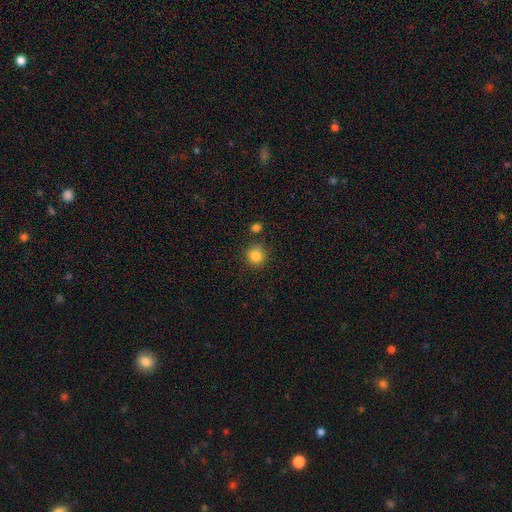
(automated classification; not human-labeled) A smooth galaxy with no disk features (84%) that is round (92%).

Vote fractions:
- Smooth or featured? smooth: 84% / star or artifact: 11% / featured or disk: 5%
- How rounded? round: 92% / in between: 7% / cigar-shaped: 1%
- Merging? none: 84% / minor disturbance: 9% / merger: 5% / major disturbance: 3%